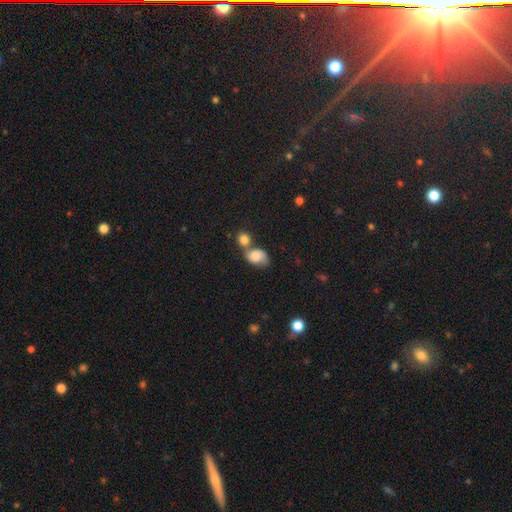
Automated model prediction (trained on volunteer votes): This is likely a smooth galaxy (76%). How rounded: likely in between (65%). Merging: possibly merger (49%).